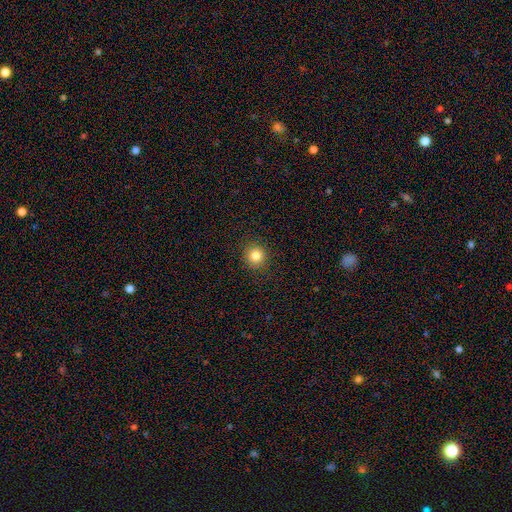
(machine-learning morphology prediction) A smooth galaxy with no disk features (82%) that is round (91%).

Vote fractions:
- Smooth or featured? smooth: 82% / star or artifact: 12% / featured or disk: 6%
- How rounded? round: 91% / in between: 8% / cigar-shaped: 1%
- Merging? none: 91% / minor disturbance: 6% / major disturbance: 2% / merger: 1%